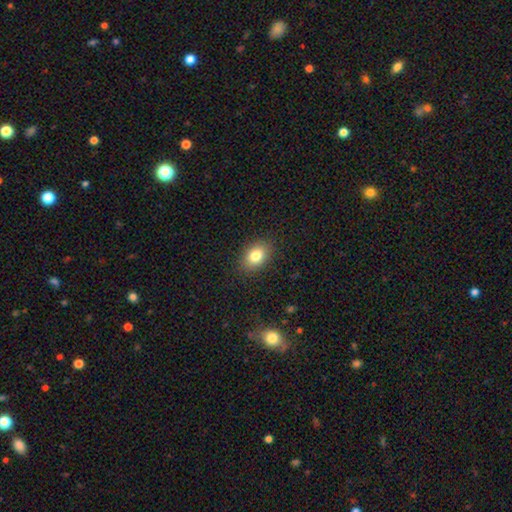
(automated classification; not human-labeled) smooth_or_featured: smooth (p=0.81) [alt: star or artifact p=0.10]
how_rounded: in between (p=0.77) [alt: round p=0.22]
merging: none (p=0.88) [alt: minor disturbance p=0.09]